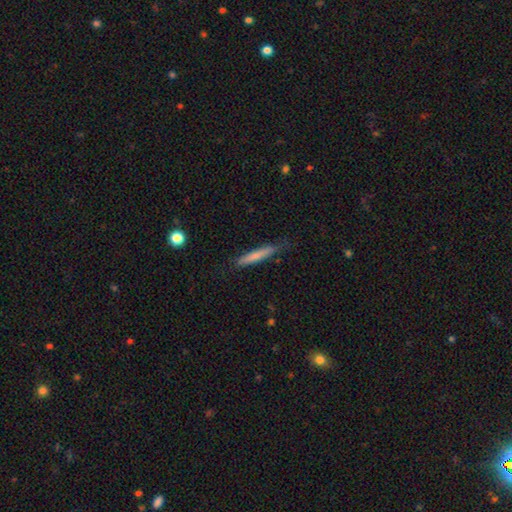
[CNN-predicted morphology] This appears to be a smooth galaxy with no disk features (65%) that is cigar-shaped (93%). Merging: none (78%).